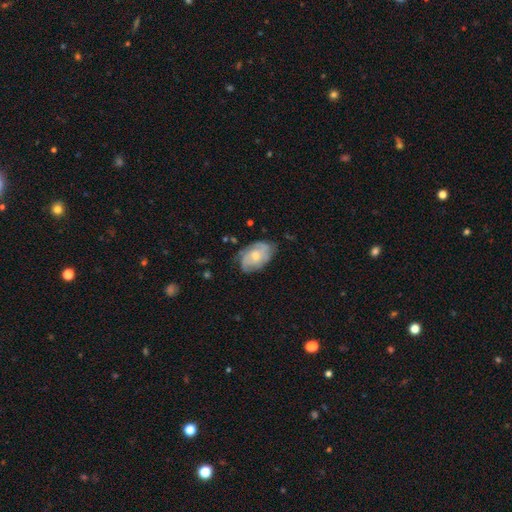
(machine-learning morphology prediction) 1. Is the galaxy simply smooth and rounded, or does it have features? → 67% featured or disk, 27% smooth, 6% star or artifact.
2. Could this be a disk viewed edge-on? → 96% no, 4% yes.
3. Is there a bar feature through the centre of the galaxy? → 69% no, 27% weak, 4% strong.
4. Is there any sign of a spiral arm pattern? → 86% yes, 14% no.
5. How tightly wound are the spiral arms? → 53% tight, 35% medium, 12% loose.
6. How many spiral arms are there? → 36% can't tell, 34% 2, 18% 3, 5% 4, 4% 1, 3% more than 4.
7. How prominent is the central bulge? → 52% moderate, 40% small, 4% large, 3% none, 1% dominant.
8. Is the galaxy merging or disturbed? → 68% none, 24% minor disturbance, 7% major disturbance, 1% merger.